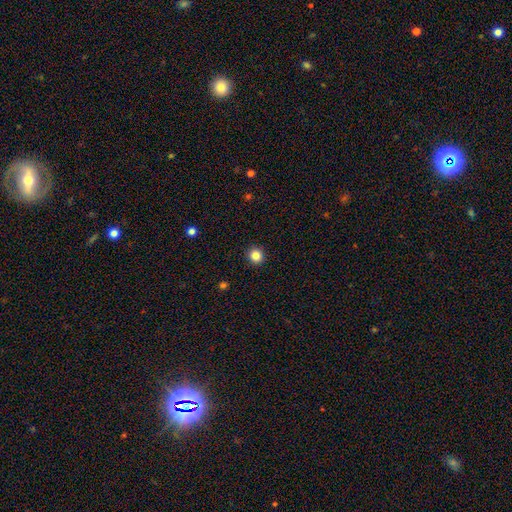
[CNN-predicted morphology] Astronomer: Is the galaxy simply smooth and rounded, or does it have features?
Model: smooth — 84%.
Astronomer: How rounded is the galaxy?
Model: round — 92%.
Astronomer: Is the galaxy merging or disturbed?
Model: none — 93%.